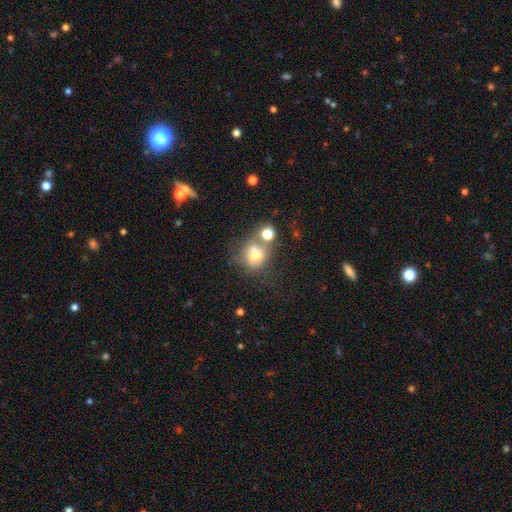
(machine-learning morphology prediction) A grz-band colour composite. It shows a smooth galaxy with no disk features (66%) that is round (75%). Merging: merger (46%).